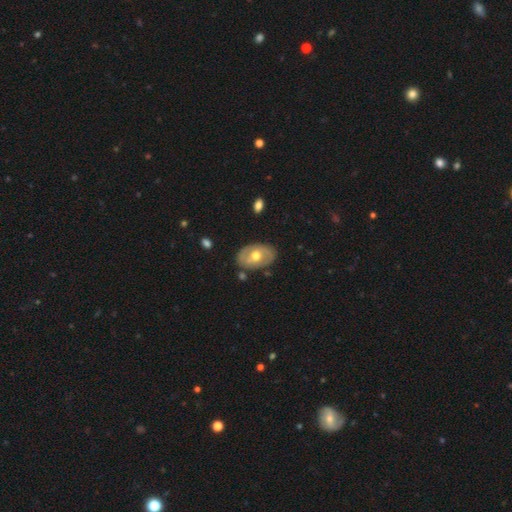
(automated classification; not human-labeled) A featured or disk galaxy (58%) with no bar (63%), no spiral arms (56%) and a moderate central bulge (79%). Merging: none (80%).